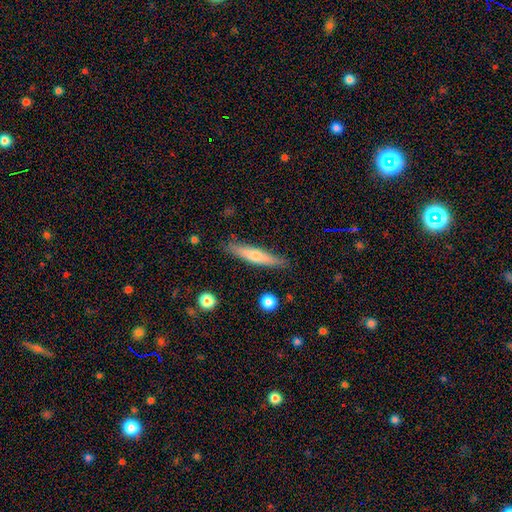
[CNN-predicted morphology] The model was most divided on "smooth or featured": smooth: 56%, featured or disk: 38%, star or artifact: 6%. More confident: how rounded — cigar-shaped (90%); merging — none (87%).